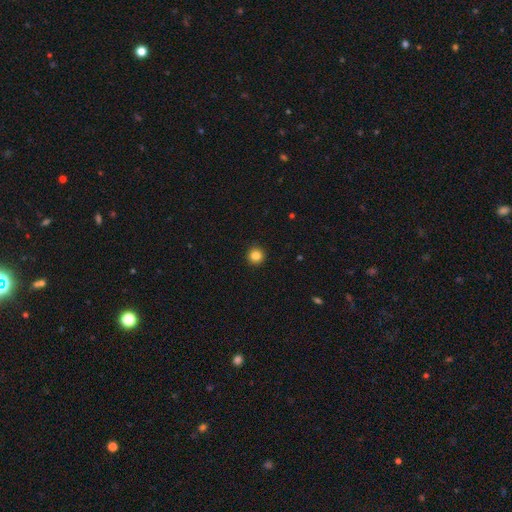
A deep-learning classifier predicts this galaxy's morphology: smooth_or_featured: smooth (p=0.84) [alt: star or artifact p=0.11]
how_rounded: round (p=0.95) [alt: in between p=0.04]
merging: none (p=0.93) [alt: minor disturbance p=0.04]